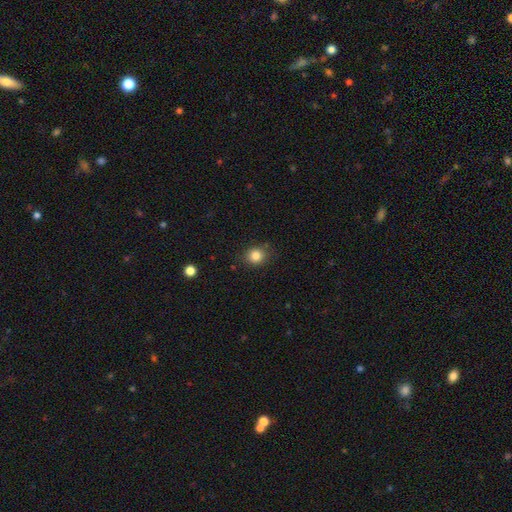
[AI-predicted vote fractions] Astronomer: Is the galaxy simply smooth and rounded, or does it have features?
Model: smooth — 84%.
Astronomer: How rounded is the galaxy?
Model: round — 80%.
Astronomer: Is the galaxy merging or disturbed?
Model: none — 83%.